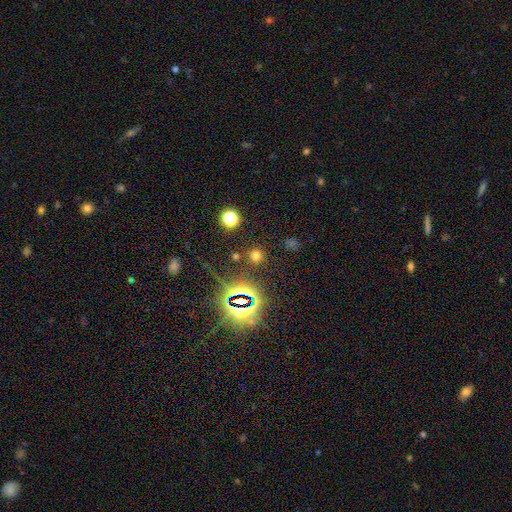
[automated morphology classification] Smooth or featured?
  - smooth: 58% *
  - star or artifact: 35%
  - featured or disk: 7%
How rounded?
  - round: 90% *
  - in between: 8%
  - cigar-shaped: 1%
Merging?
  - none: 85% *
  - minor disturbance: 7%
  - merger: 4%
  - major disturbance: 3%